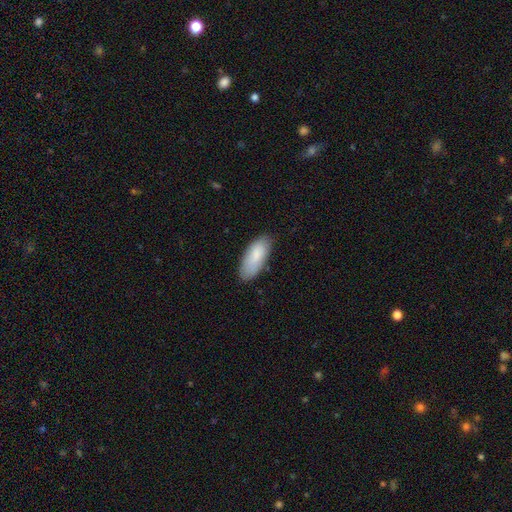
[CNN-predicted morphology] type=smooth (84%); roundness=in between (82%); merging=none (78%).